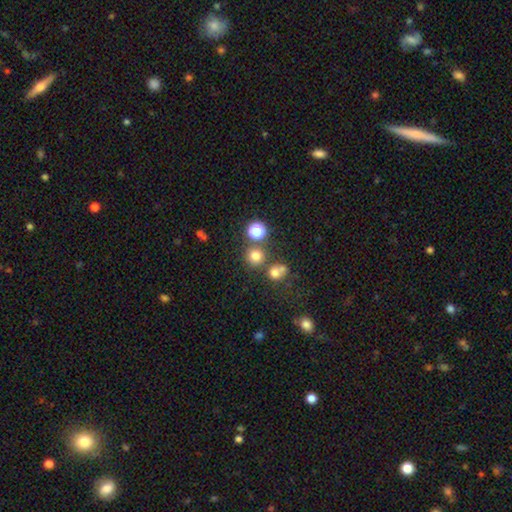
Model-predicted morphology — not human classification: This appears to be a smooth galaxy with no disk features (74%) that is round (91%). Merging: none (72%).